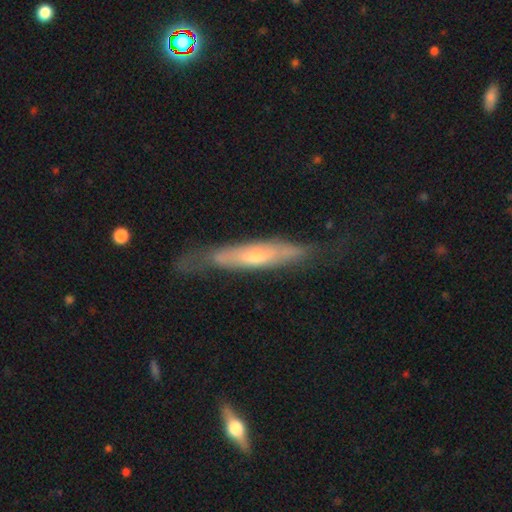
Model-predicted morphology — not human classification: smooth_or_featured: featured or disk (p=0.64) [alt: smooth p=0.29]
disk_edge_on: yes (p=0.66) [alt: no p=0.34]
merging: none (p=0.64) [alt: minor disturbance p=0.24]